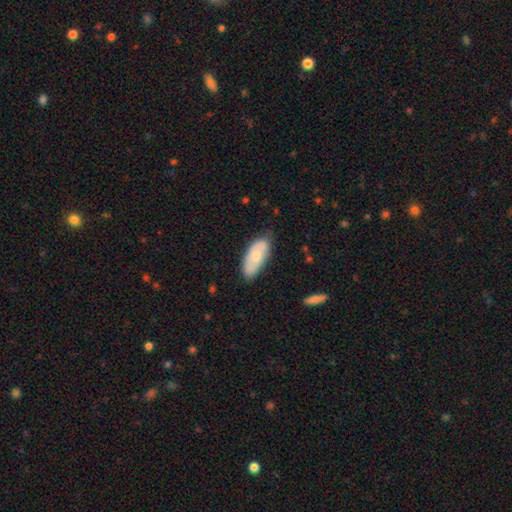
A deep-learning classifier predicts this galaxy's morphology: Overall: smooth (68%). How rounded: in between (87%). Merging: none (72%).